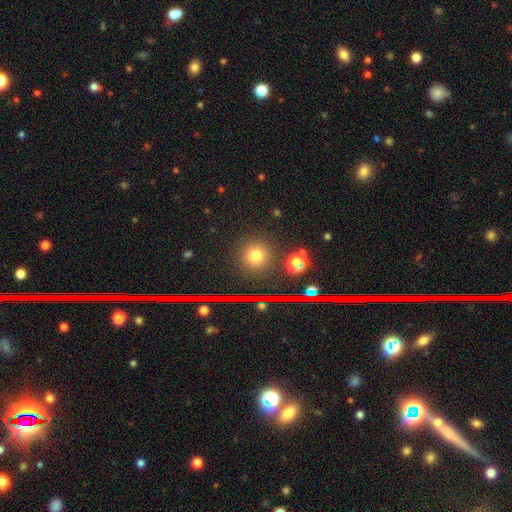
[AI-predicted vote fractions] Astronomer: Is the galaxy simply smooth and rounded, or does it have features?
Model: smooth — 70%.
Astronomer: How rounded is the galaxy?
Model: round — 90%.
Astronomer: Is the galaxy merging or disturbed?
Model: none — 87%.